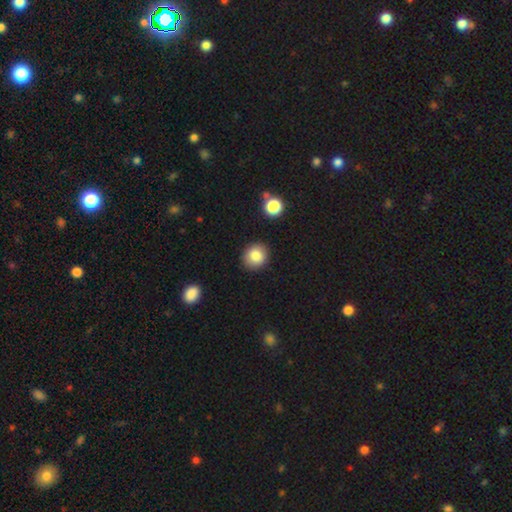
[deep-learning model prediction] Q: Smooth or featured?
A: smooth (84%); runner-up: star or artifact (9%)
Q: How rounded?
A: round (79%); runner-up: in between (20%)
Q: Merging?
A: none (88%); runner-up: minor disturbance (8%)